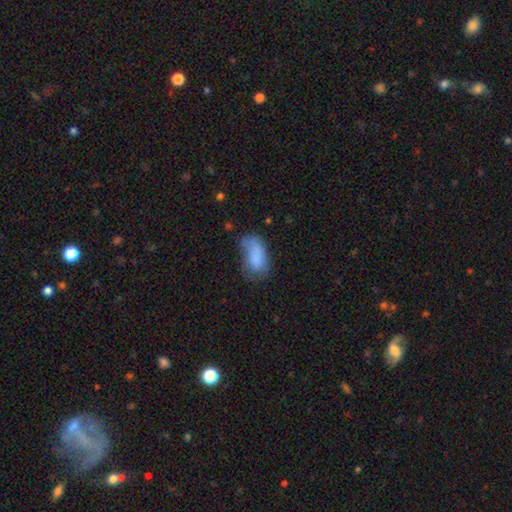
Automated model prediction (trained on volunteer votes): Overall: smooth (78%). How rounded: in between (93%). Merging: none (38%; minor disturbance 35%).